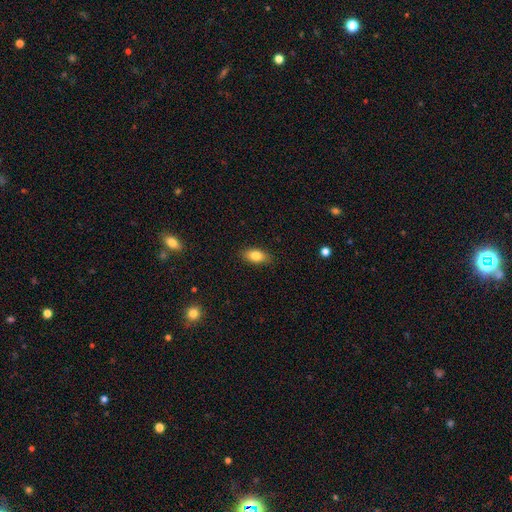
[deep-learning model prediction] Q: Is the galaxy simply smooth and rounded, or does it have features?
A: smooth — 81%.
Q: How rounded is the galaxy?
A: in between — 87%.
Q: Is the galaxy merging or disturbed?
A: none — 86%.